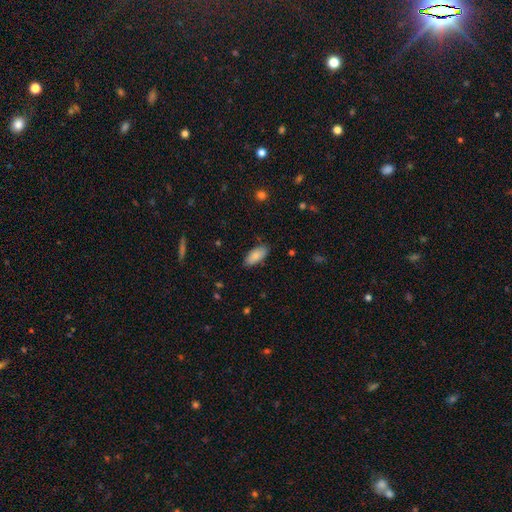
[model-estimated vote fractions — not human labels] Smooth or featured? smooth (86%)
How rounded? in between (89%)
Merging? none (83%)